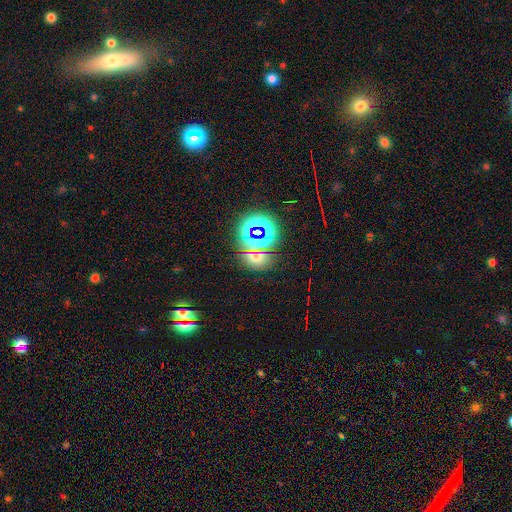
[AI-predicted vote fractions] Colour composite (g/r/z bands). It shows a star or artifact, not a galaxy (57%).